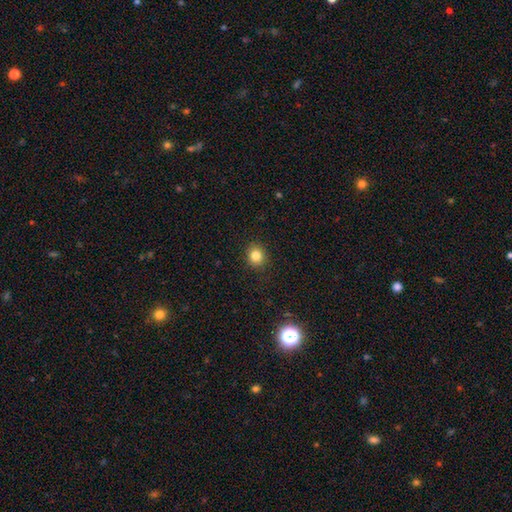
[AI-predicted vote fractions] smooth-or-featured: smooth: 82% | star or artifact: 12% | featured or disk: 6%
  how-rounded: round: 80% | in between: 19% | cigar-shaped: 1%
  merging: none: 90% | minor disturbance: 7% | major disturbance: 2% | merger: 1%